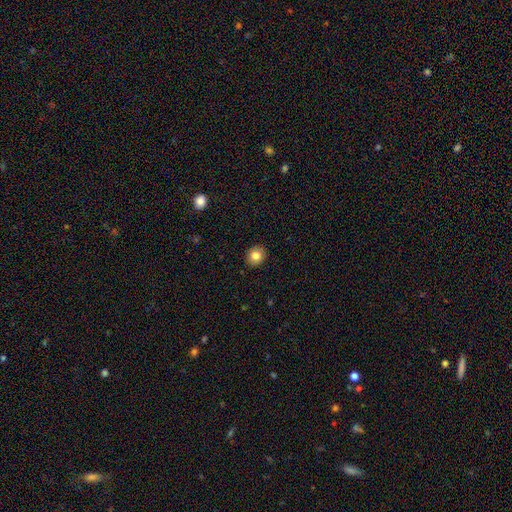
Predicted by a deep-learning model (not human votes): This is clearly a smooth galaxy (83%). How rounded: likely round (73%). Merging: clearly none (91%).